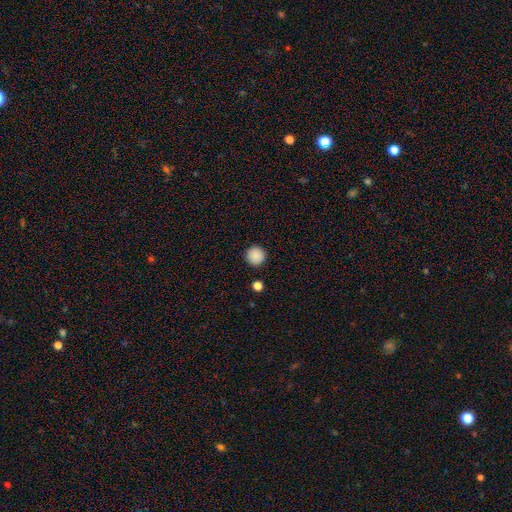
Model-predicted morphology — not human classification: Smooth or featured? smooth (89%)
How rounded? round (96%)
Merging? none (92%)